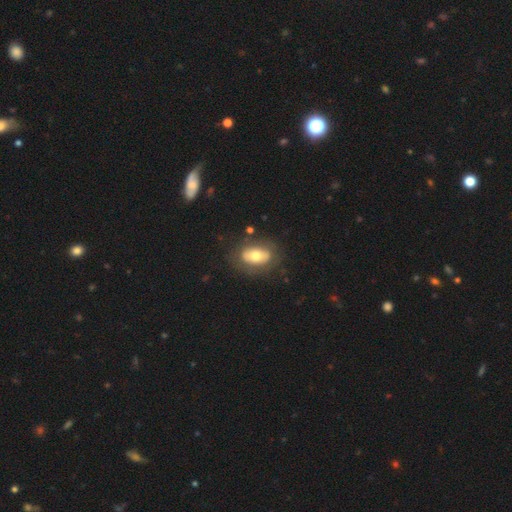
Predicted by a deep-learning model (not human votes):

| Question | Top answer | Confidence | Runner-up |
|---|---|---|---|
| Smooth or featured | smooth | 55% | featured or disk (38%) |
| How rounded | in between | 84% | round (13%) |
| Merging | none | 74% | minor disturbance (16%) |